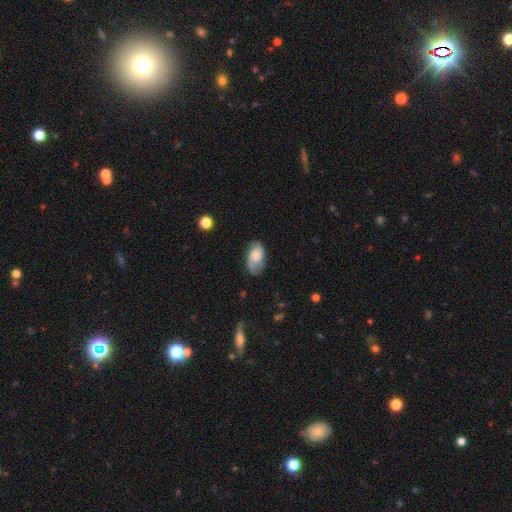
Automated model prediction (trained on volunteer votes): smooth-or-featured: smooth: 54% | featured or disk: 38% | star or artifact: 8%
  how-rounded: in between: 92% | round: 6% | cigar-shaped: 2%
  merging: none: 63% | minor disturbance: 26% | major disturbance: 9% | merger: 2%